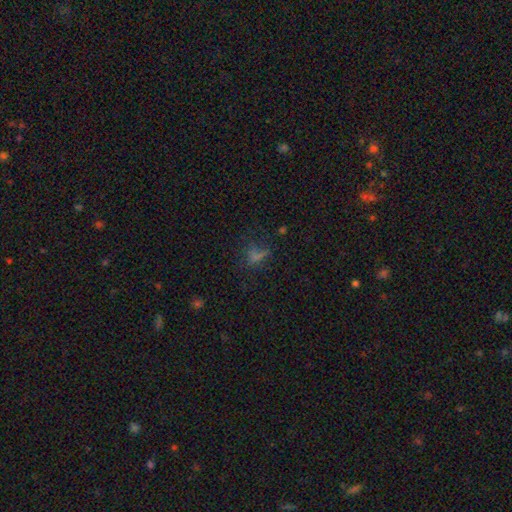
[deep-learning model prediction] This appears to be a smooth galaxy with no disk features (42%). Merging: none (55%).